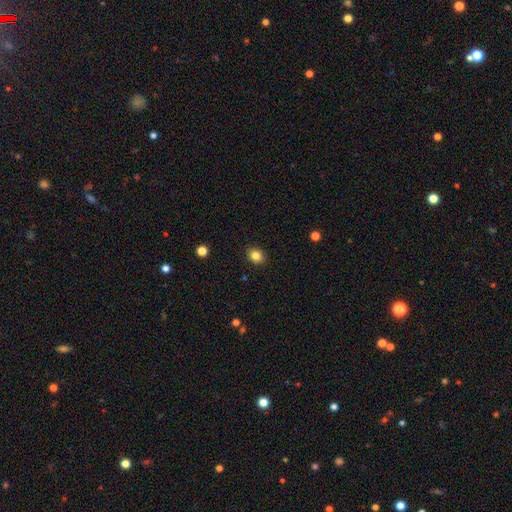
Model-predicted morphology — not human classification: Smooth or featured? smooth (83%)
How rounded? round (57%)
Merging? none (90%)